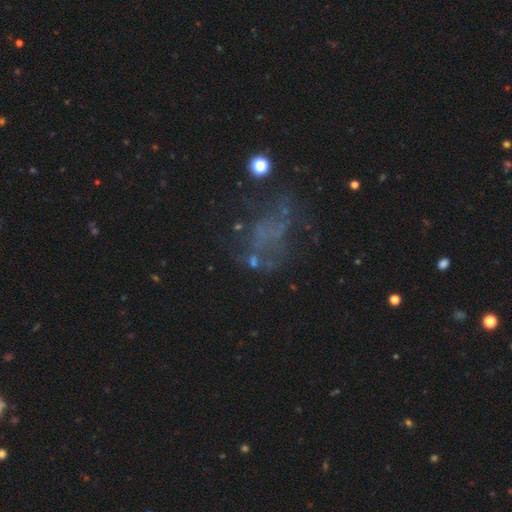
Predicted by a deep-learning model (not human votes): smooth-or-featured: featured or disk: 49% | star or artifact: 28% | smooth: 23%
  merging: none: 45% | major disturbance: 31% | minor disturbance: 17% | merger: 7%